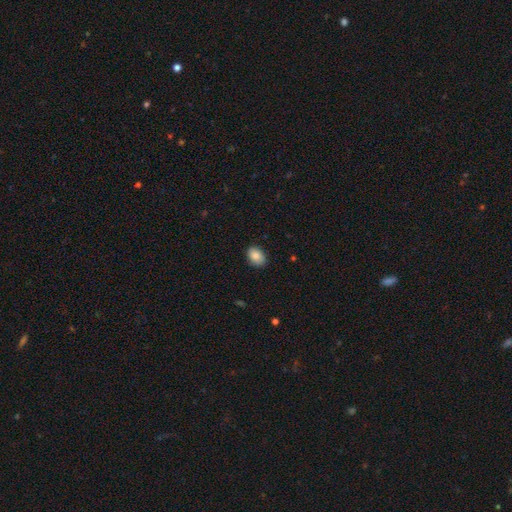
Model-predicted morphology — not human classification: Q: Smooth or featured?
A: smooth (87%); runner-up: star or artifact (8%)
Q: How rounded?
A: in between (77%); runner-up: round (22%)
Q: Merging?
A: none (85%); runner-up: minor disturbance (12%)